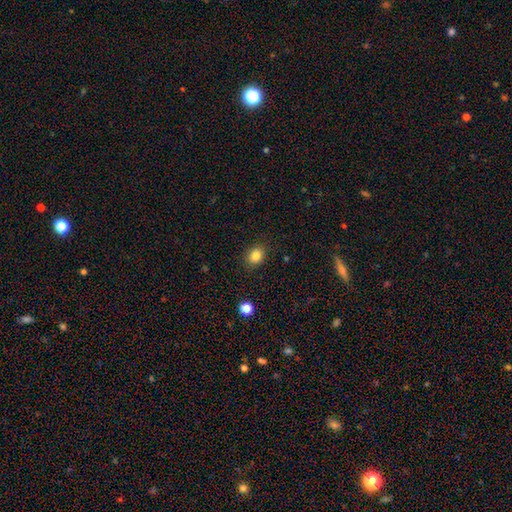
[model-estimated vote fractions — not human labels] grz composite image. It shows a smooth galaxy with no disk features (83%) that is round (57%). Merging: none (88%).